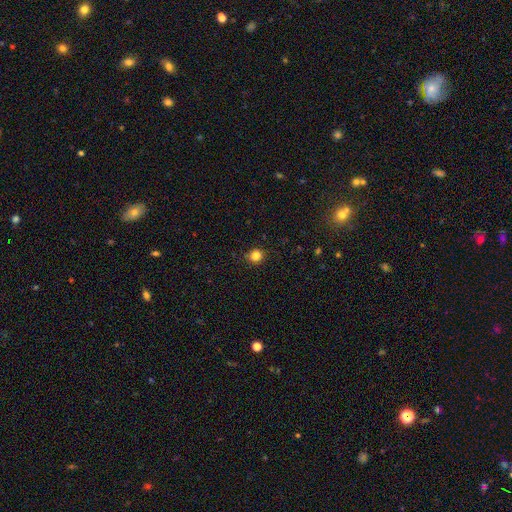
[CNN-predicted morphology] Smooth or featured?
  - smooth: 84% *
  - star or artifact: 13%
  - featured or disk: 4%
How rounded?
  - round: 85% *
  - in between: 14%
  - cigar-shaped: 1%
Merging?
  - none: 88% *
  - minor disturbance: 9%
  - major disturbance: 2%
  - merger: 1%